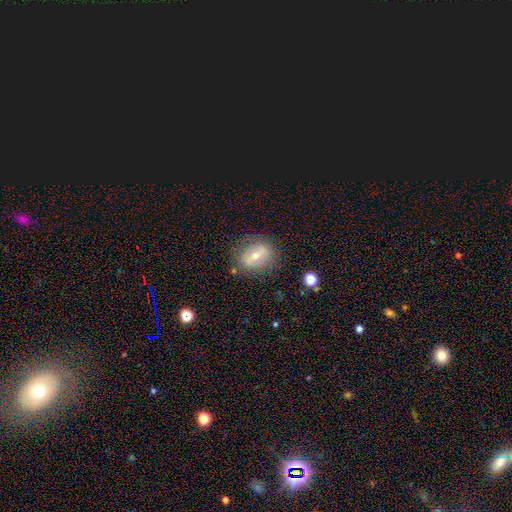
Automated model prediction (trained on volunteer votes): A featured or disk galaxy (54%). Merging: none (77%).